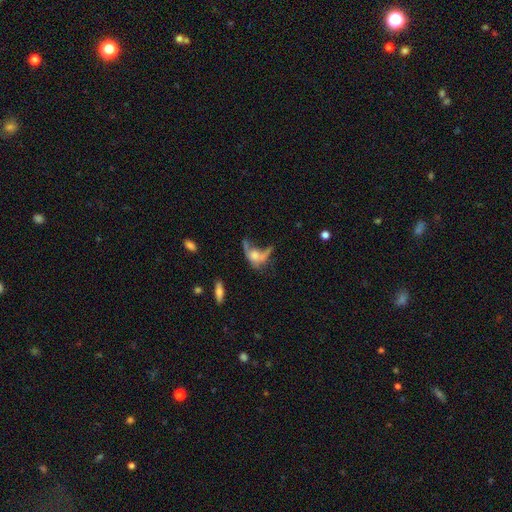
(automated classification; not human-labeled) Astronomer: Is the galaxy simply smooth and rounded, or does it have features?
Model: smooth — 45% (runner-up: featured or disk, 42%).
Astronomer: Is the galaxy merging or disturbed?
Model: major disturbance — 46% (runner-up: none, 21%).